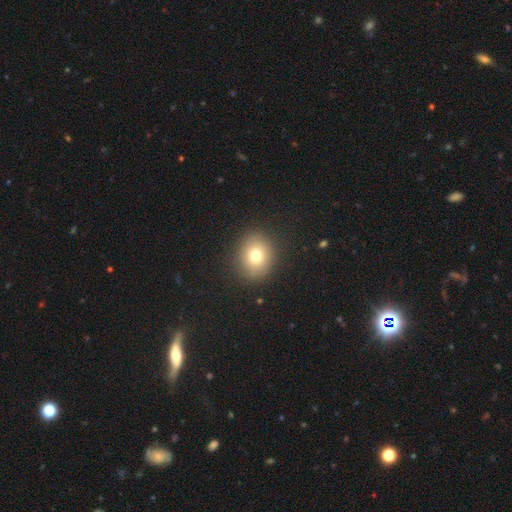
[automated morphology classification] This appears to be a smooth galaxy with no disk features (77%) that is round (69%). Merging: none (88%).